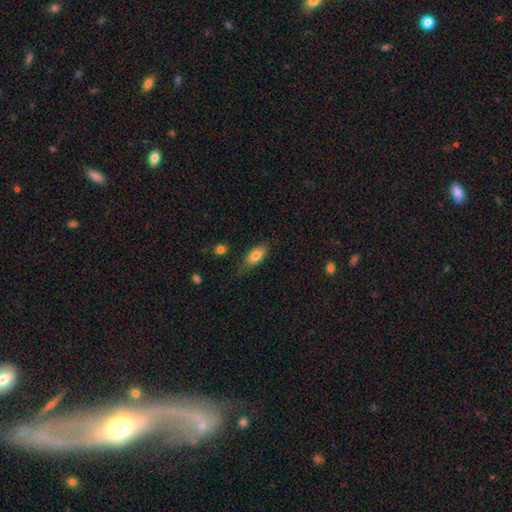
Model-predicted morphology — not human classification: smooth 78%, featured or disk 14%, star or artifact 7%. Down the decision tree: how rounded — in between (85%); merging — none (64%).